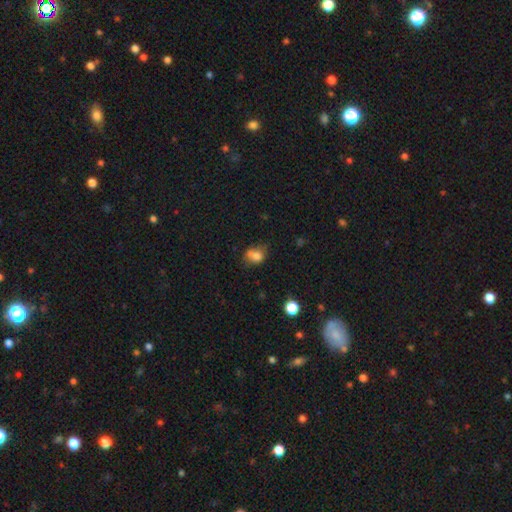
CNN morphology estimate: smooth 75%, featured or disk 13%, star or artifact 12%. Down the decision tree: how rounded — in between (51%); merging — none (42%).